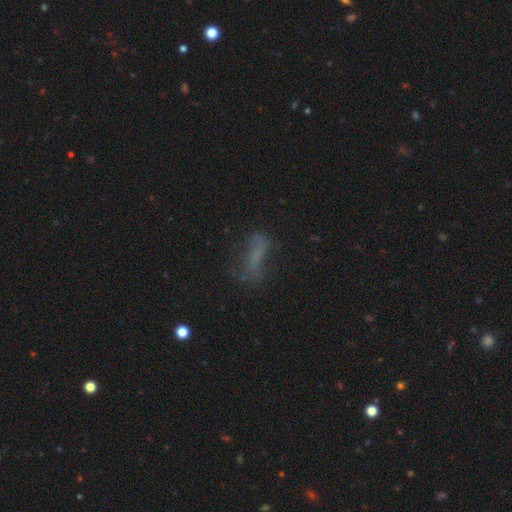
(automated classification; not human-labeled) Smooth or featured?
  - smooth: 53% *
  - featured or disk: 28%
  - star or artifact: 20%
How rounded?
  - cigar-shaped: 52% *
  - in between: 44%
  - round: 4%
Merging?
  - none: 49% *
  - minor disturbance: 25%
  - major disturbance: 23%
  - merger: 3%